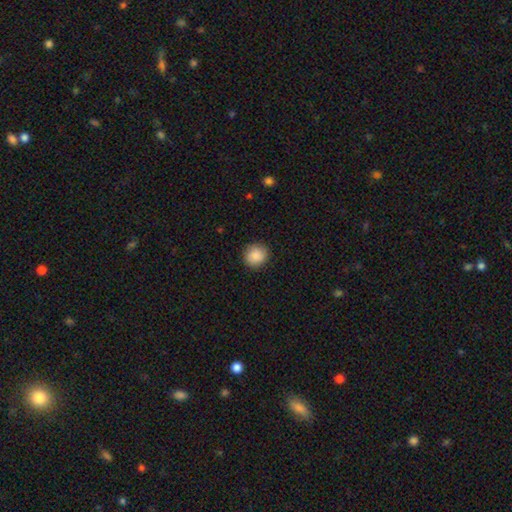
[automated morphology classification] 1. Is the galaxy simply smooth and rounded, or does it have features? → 89% smooth, 8% star or artifact, 3% featured or disk.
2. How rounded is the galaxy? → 90% round, 9% in between, 1% cigar-shaped.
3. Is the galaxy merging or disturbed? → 91% none, 6% minor disturbance, 2% major disturbance, 1% merger.